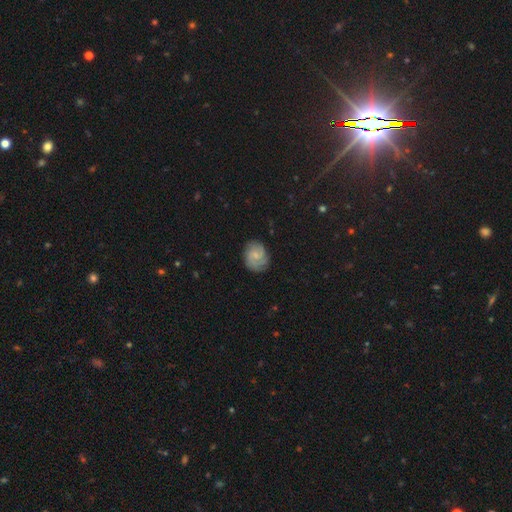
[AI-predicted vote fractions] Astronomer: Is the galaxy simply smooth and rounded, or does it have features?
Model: featured or disk — 62%.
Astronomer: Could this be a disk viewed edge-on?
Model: no — 98%.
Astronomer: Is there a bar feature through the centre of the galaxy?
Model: no — 59% (runner-up: weak, 36%).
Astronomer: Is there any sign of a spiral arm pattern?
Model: yes — 93%.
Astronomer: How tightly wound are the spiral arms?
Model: tight — 56% (runner-up: medium, 34%).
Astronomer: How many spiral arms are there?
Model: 2 — 29% (runner-up: can't tell, 28%).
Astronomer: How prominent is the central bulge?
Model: small — 59%.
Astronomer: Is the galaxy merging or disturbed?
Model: none — 78%.